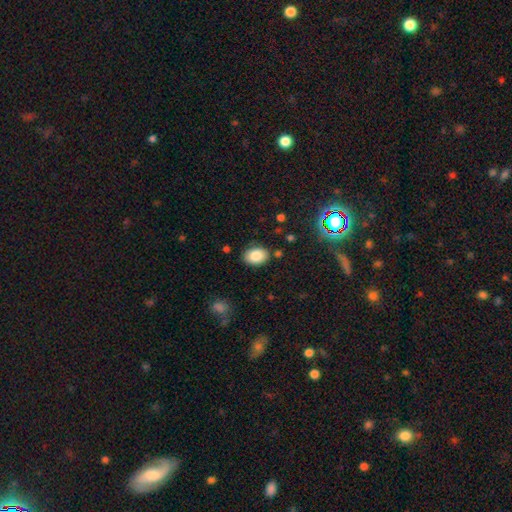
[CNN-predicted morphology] A smooth galaxy with no disk features (84%) that is in between round and cigar-shaped (77%).

Vote fractions:
- Smooth or featured? smooth: 84% / star or artifact: 9% / featured or disk: 7%
- How rounded? in between: 77% / round: 22% / cigar-shaped: 1%
- Merging? none: 85% / minor disturbance: 11% / major disturbance: 3% / merger: 2%